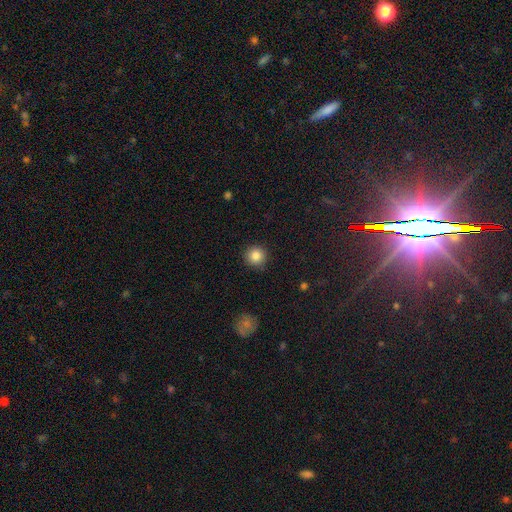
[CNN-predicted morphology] A smooth galaxy with no disk features (85%) that is round (94%). Merging: none (90%).